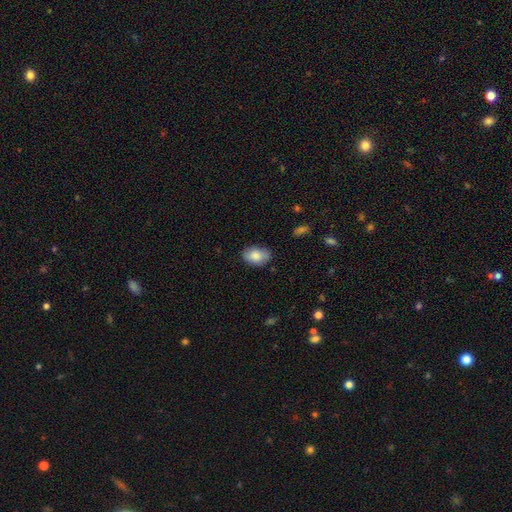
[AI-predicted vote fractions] This appears to be a smooth galaxy with no disk features (83%) that is in between round and cigar-shaped (87%). Merging: none (75%).